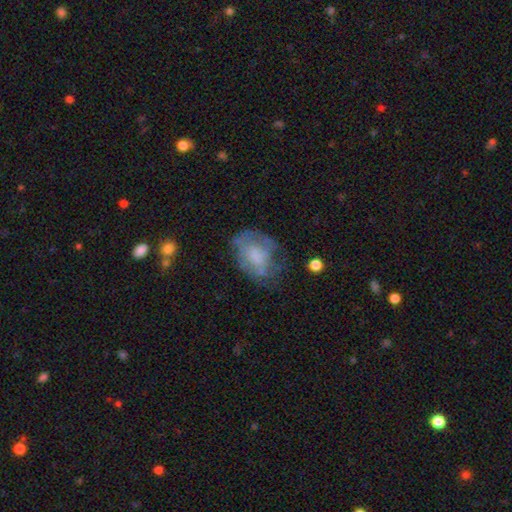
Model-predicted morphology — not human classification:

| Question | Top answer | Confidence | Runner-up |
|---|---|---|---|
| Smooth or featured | smooth | 48% | featured or disk (41%) |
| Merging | none | 51% | minor disturbance (27%) |